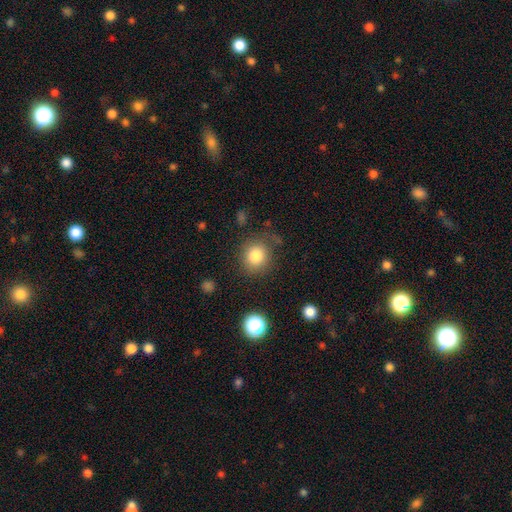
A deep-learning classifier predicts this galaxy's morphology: This appears to be a smooth galaxy with no disk features (82%) that is round (85%). Merging: none (77%).